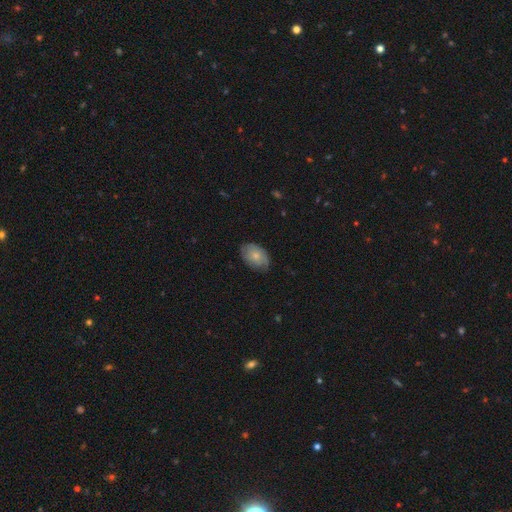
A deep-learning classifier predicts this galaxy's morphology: A smooth galaxy with no disk features (64%) that is in between round and cigar-shaped (86%). Merging: none (70%).